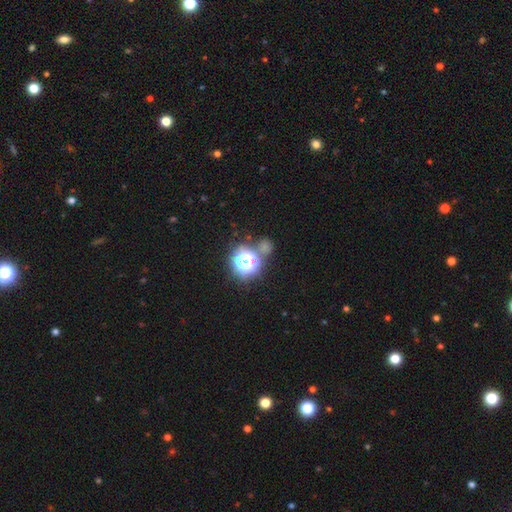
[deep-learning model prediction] Smooth or featured?
  - star or artifact: 75% *
  - smooth: 19%
  - featured or disk: 6%